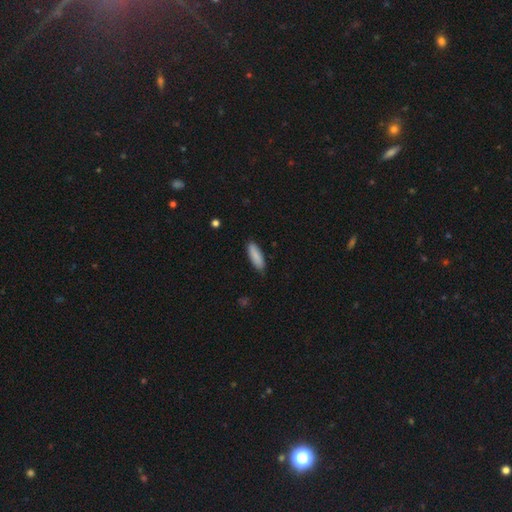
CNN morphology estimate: A smooth galaxy with no disk features (88%) that is in between round and cigar-shaped (55%).

Vote fractions:
- Smooth or featured? smooth: 88% / featured or disk: 6% / star or artifact: 6%
- How rounded? in between: 55% / cigar-shaped: 43% / round: 2%
- Merging? none: 84% / minor disturbance: 13% / major disturbance: 2% / merger: 1%